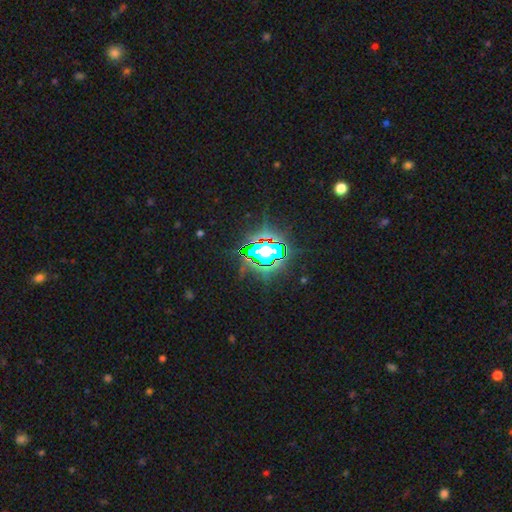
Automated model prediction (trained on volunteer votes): smooth_or_featured: star or artifact (p=0.76) [alt: smooth p=0.13]